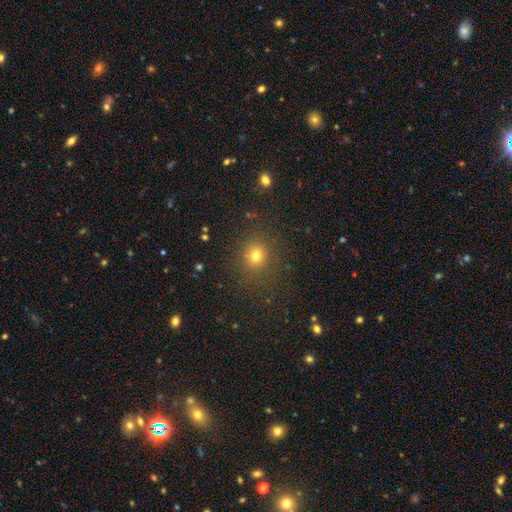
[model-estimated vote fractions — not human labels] smooth_or_featured: smooth (p=0.73) [alt: star or artifact p=0.20]
how_rounded: round (p=0.84) [alt: in between p=0.15]
merging: none (p=0.84) [alt: minor disturbance p=0.09]